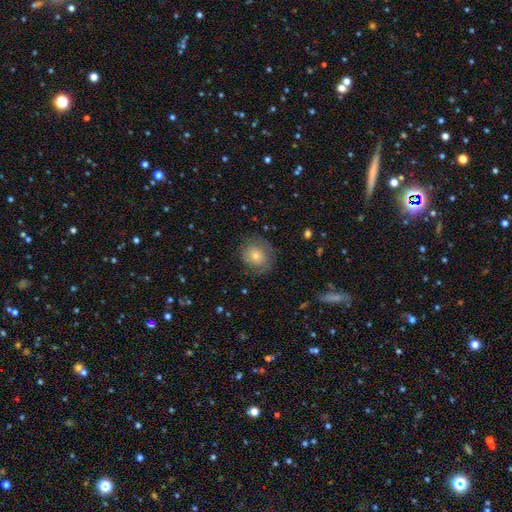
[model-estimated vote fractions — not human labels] This appears to be a featured or disk galaxy (45%). Merging: none (75%).